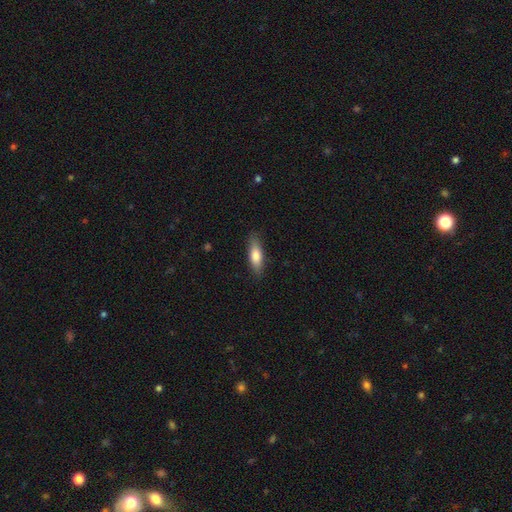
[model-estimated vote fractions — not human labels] smooth 77%, featured or disk 17%, star or artifact 6%. Down the decision tree: how rounded — in between (54%); merging — none (86%).